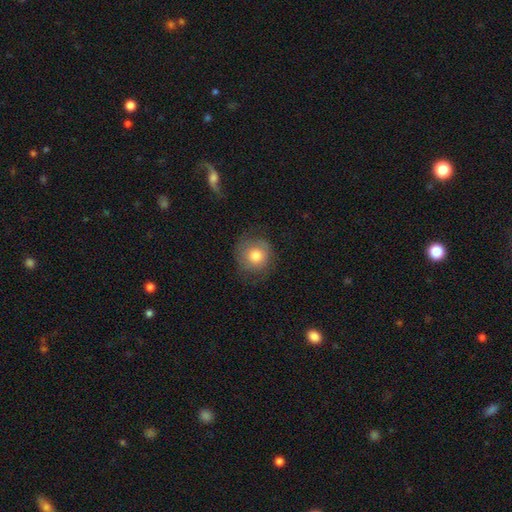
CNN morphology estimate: type=smooth (72%); roundness=round (88%); merging=none (71%).